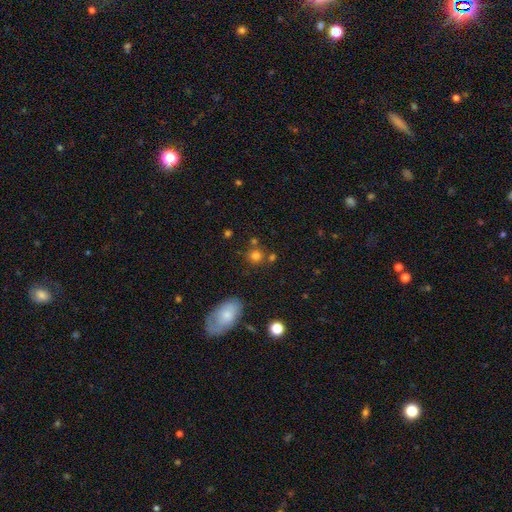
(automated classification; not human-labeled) Smooth or featured? Predicted: smooth (p=0.78). How rounded? Predicted: round (p=0.86). Merging? Predicted: none (p=0.72).